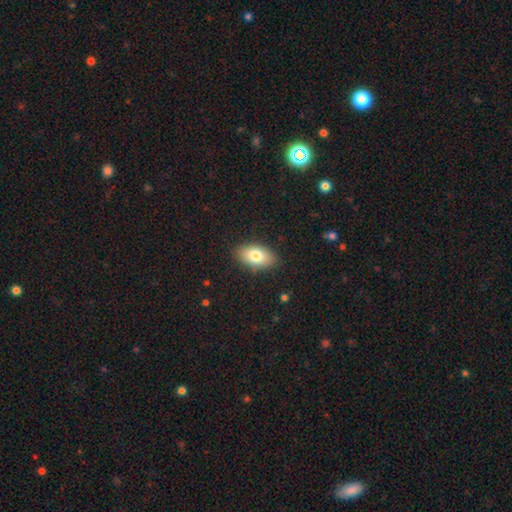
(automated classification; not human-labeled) A smooth galaxy with no disk features (79%) that is in between round and cigar-shaped (92%). Merging: none (87%).